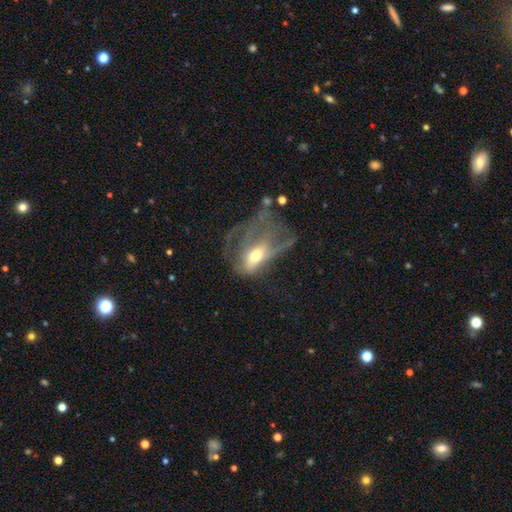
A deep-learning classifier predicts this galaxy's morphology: Smooth or featured: featured or disk — 55% (smooth — 36%)
Edge-on disk: no — 87% (yes — 13%)
Merging: major disturbance — 62% (none — 16%)